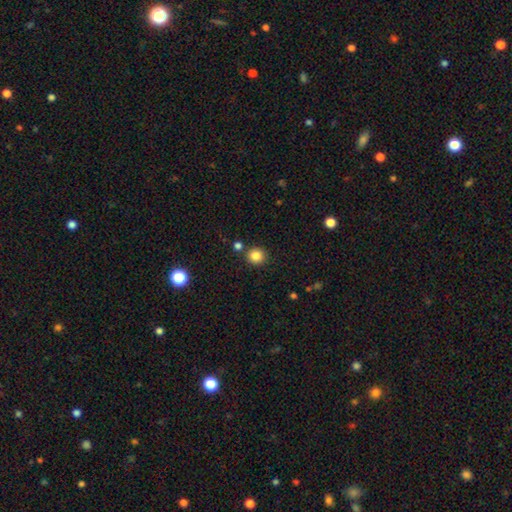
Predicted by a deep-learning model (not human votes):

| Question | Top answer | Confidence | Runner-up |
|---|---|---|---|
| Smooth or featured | smooth | 85% | star or artifact (11%) |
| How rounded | round | 89% | in between (10%) |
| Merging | none | 83% | minor disturbance (7%) |